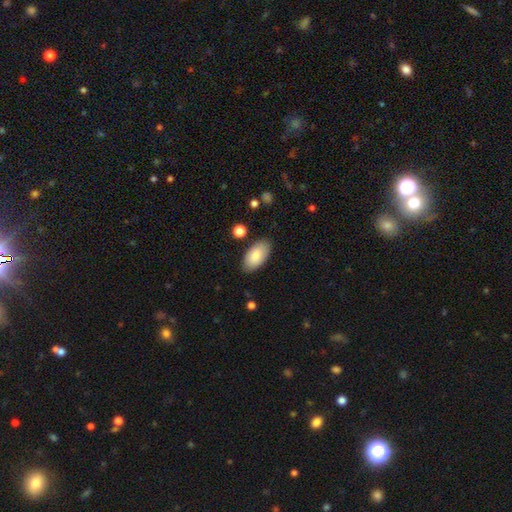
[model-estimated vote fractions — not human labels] Smooth or featured? smooth (82%)
How rounded? in between (95%)
Merging? none (84%)